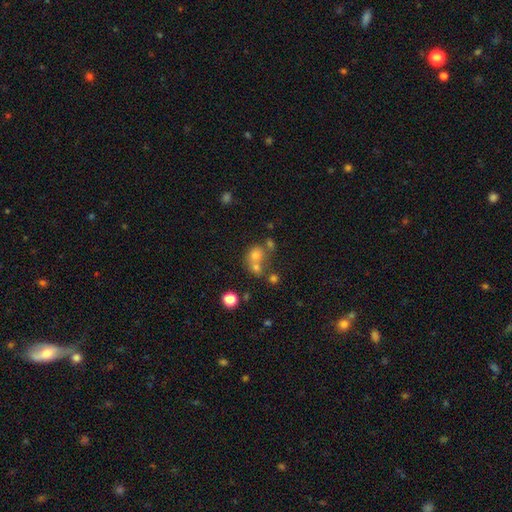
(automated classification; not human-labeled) A smooth galaxy with no disk features (65%) that is round (73%). Merging: merger (49%).